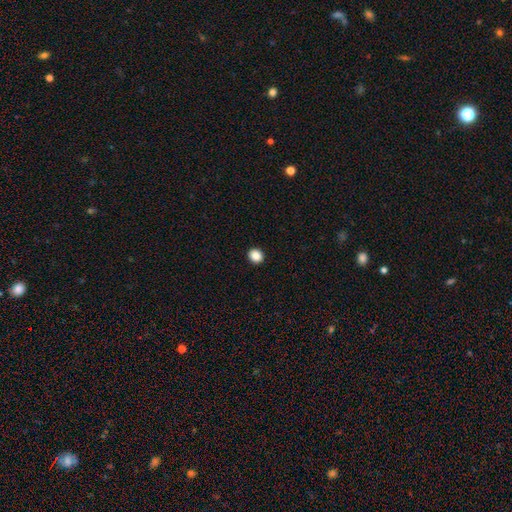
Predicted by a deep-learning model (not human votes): Overall: smooth (87%). How rounded: round (76%). Merging: none (93%).